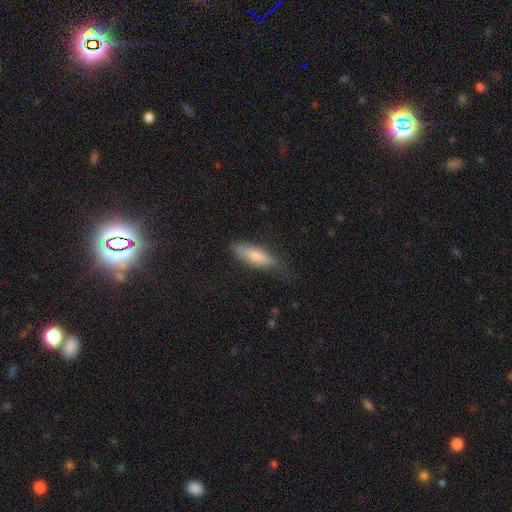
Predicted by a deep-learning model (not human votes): Overall: smooth (73%). How rounded: cigar-shaped (50%; in between 48%). Merging: none (68%).